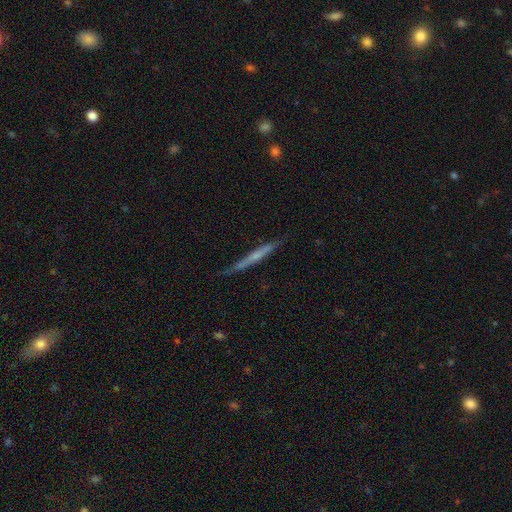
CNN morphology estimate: featured or disk 55%, smooth 38%, star or artifact 7%. Down the decision tree: edge-on disk — yes (95%); edge-on bulge — none (68%); merging — none (79%).